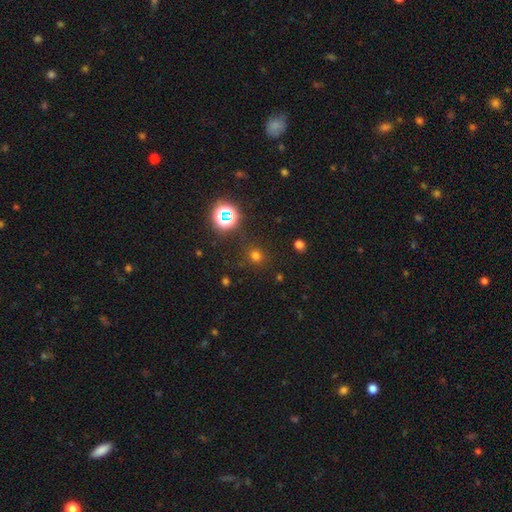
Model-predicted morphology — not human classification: smooth-or-featured: smooth: 65% | star or artifact: 29% | featured or disk: 6%
  how-rounded: round: 85% | in between: 14% | cigar-shaped: 1%
  merging: none: 83% | minor disturbance: 9% | major disturbance: 4% | merger: 3%